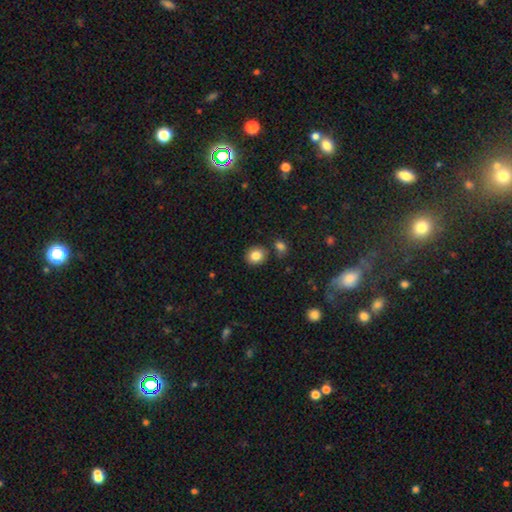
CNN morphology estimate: A smooth galaxy with no disk features (84%) that is round (75%).

Vote fractions:
- Smooth or featured? smooth: 84% / star or artifact: 10% / featured or disk: 6%
- How rounded? round: 75% / in between: 24% / cigar-shaped: 1%
- Merging? none: 81% / minor disturbance: 9% / merger: 8% / major disturbance: 2%